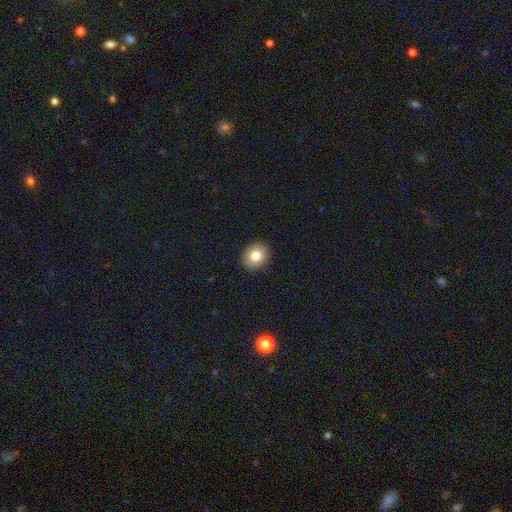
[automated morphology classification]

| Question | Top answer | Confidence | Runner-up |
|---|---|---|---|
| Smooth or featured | smooth | 80% | featured or disk (10%) |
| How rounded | round | 60% | in between (39%) |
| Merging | none | 91% | minor disturbance (6%) |